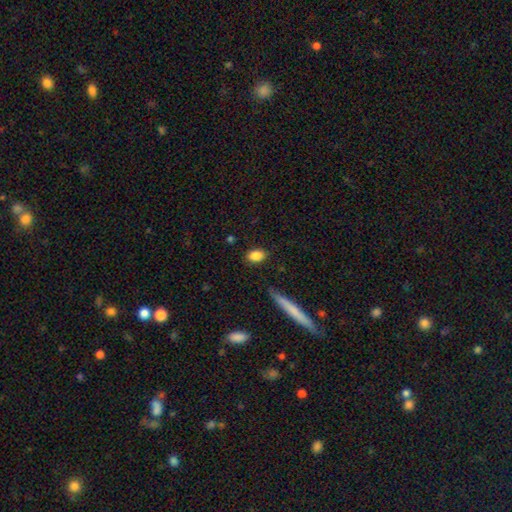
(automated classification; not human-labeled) smooth 85%, star or artifact 8%, featured or disk 7%. Down the decision tree: how rounded — in between (83%); merging — none (85%).